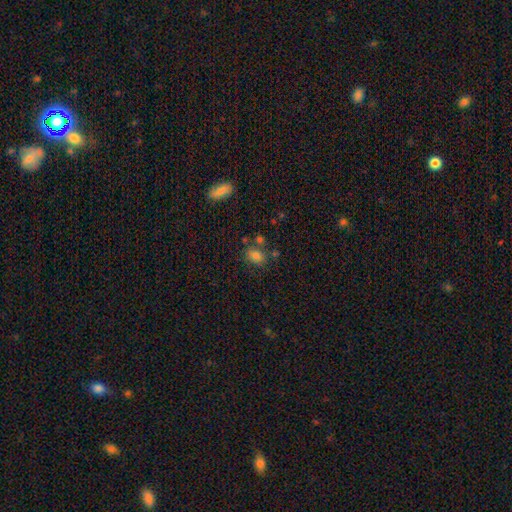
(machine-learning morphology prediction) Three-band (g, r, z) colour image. It shows a smooth galaxy with no disk features (78%) that is in between round and cigar-shaped (60%). Merging: none (67%).